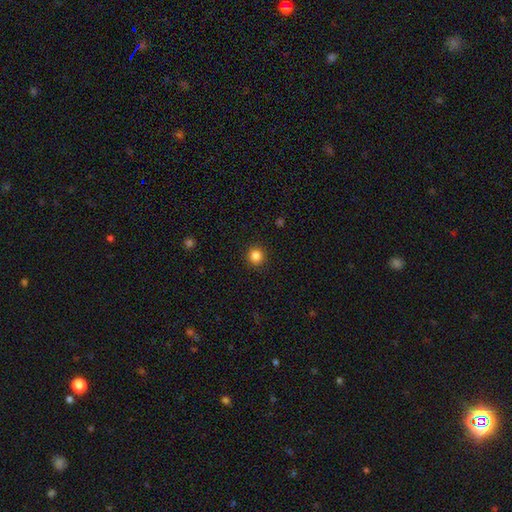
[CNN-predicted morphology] A smooth galaxy with no disk features (85%) that is round (94%). Merging: none (92%).